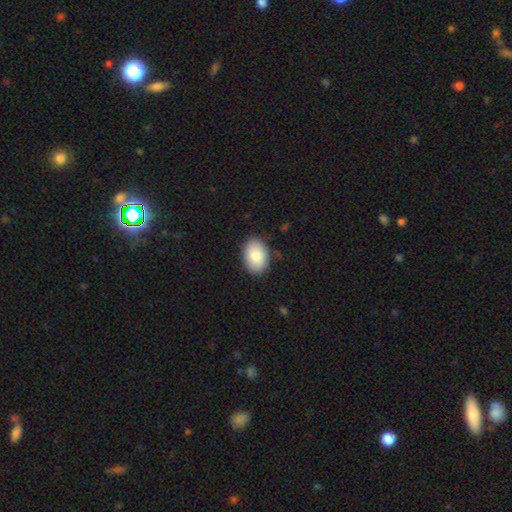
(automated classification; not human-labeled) This appears to be a smooth galaxy with no disk features (85%) that is in between round and cigar-shaped (82%). Merging: none (85%).